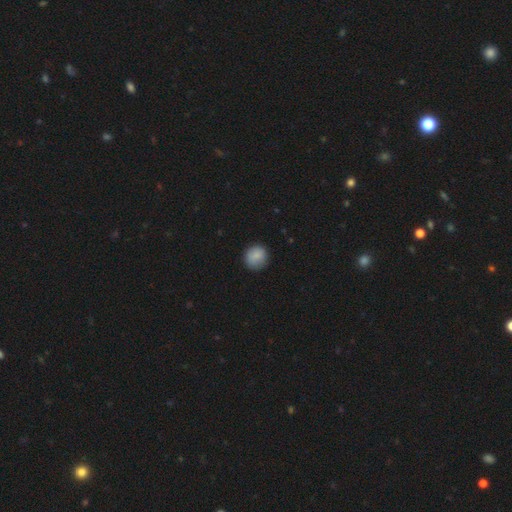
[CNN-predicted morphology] smooth 87%, star or artifact 8%, featured or disk 5%. Down the decision tree: how rounded — round (88%); merging — none (86%).